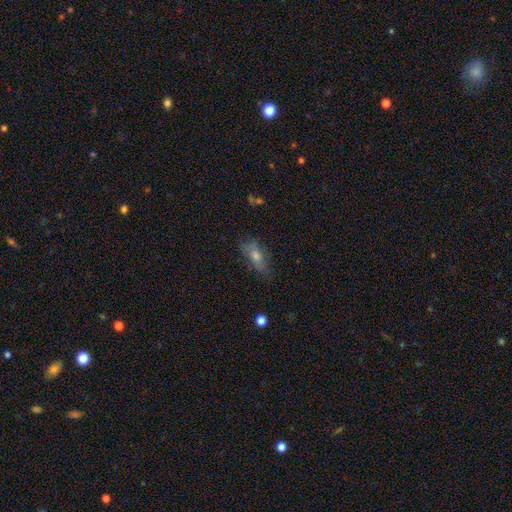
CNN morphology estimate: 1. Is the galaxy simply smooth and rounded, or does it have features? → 55% smooth, 33% featured or disk, 12% star or artifact.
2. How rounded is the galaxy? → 69% in between, 26% cigar-shaped, 6% round.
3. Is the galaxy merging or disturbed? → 68% none, 22% minor disturbance, 7% major disturbance, 2% merger.